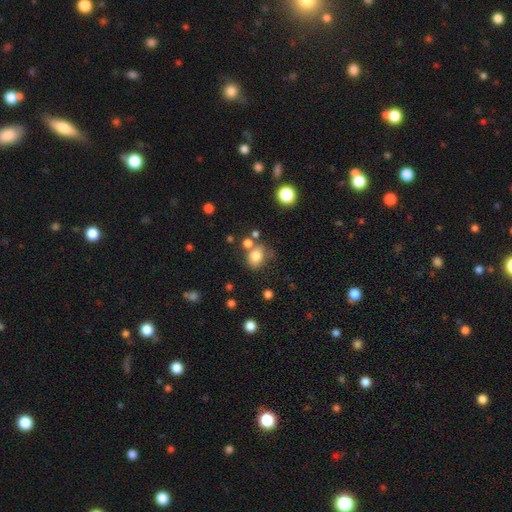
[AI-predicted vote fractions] Smooth or featured? Predicted: smooth (p=0.79). How rounded? Predicted: round (p=0.55). Merging? Predicted: none (p=0.56).